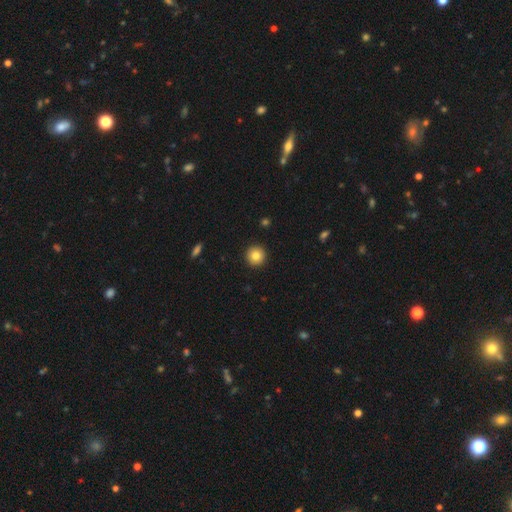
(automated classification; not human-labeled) A smooth galaxy with no disk features (84%) that is round (95%).

Vote fractions:
- Smooth or featured? smooth: 84% / star or artifact: 9% / featured or disk: 7%
- How rounded? round: 95% / in between: 4% / cigar-shaped: 1%
- Merging? none: 93% / minor disturbance: 4% / major disturbance: 1% / merger: 1%